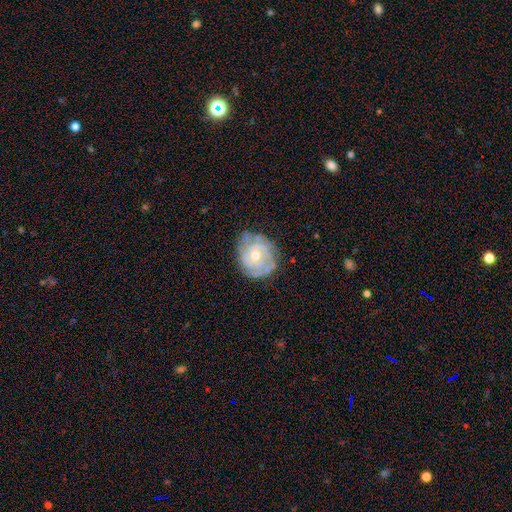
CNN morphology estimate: Q: Smooth or featured?
A: featured or disk (76%); runner-up: smooth (18%)
Q: Edge-on disk?
A: no (97%); runner-up: yes (3%)
Q: Bar?
A: no (79%); runner-up: weak (18%)
Q: Spiral arms?
A: yes (85%); runner-up: no (15%)
Q: Spiral winding?
A: tight (70%); runner-up: medium (24%)
Q: Spiral arm count?
A: can't tell (42%); runner-up: 2 (27%)
Q: Bulge size?
A: moderate (55%); runner-up: small (41%)
Q: Merging?
A: none (68%); runner-up: minor disturbance (23%)